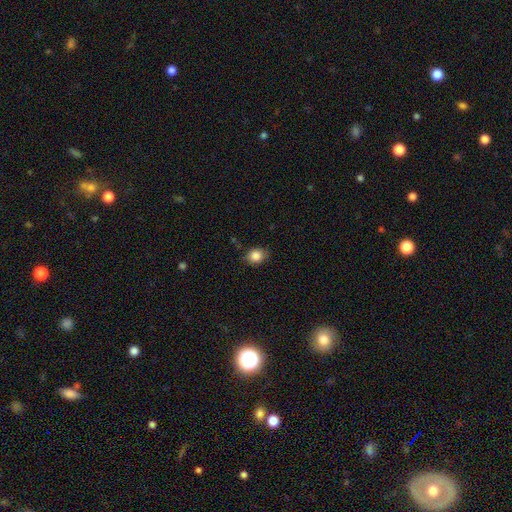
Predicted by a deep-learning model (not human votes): smooth 85%, star or artifact 9%, featured or disk 6%. Down the decision tree: how rounded — round (51%); merging — none (79%).